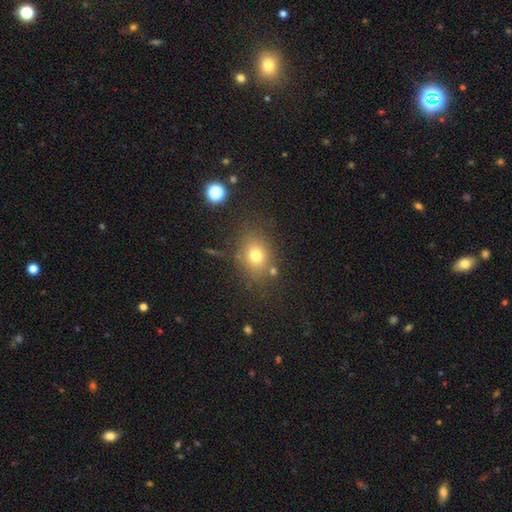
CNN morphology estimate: smooth 74%, star or artifact 15%, featured or disk 12%. Down the decision tree: how rounded — round (50%); merging — none (76%).